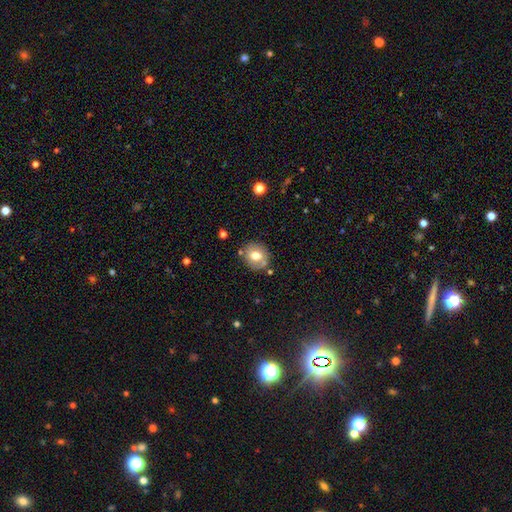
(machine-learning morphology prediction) A smooth galaxy with no disk features (66%) that is round (70%). Merging: none (76%).